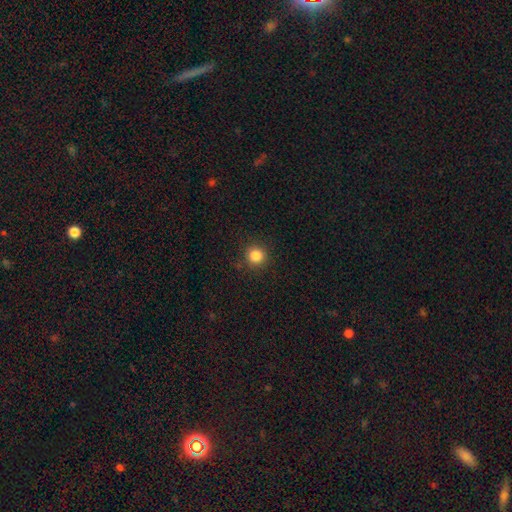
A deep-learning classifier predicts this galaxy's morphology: smooth-or-featured: smooth: 85% | star or artifact: 11% | featured or disk: 4%
  how-rounded: round: 94% | in between: 5% | cigar-shaped: 1%
  merging: none: 91% | minor disturbance: 6% | major disturbance: 2% | merger: 1%